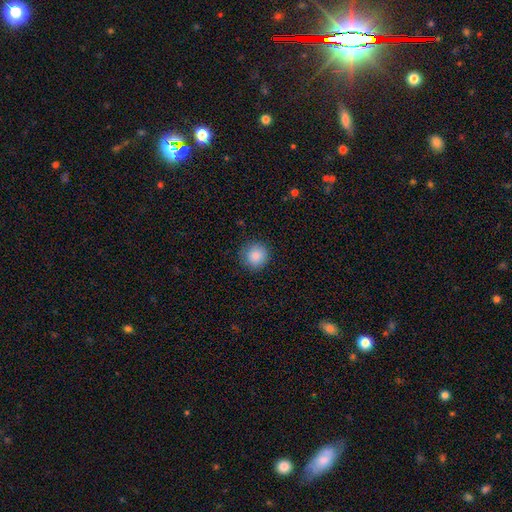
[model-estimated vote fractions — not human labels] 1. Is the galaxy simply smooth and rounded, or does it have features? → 88% smooth, 8% star or artifact, 4% featured or disk.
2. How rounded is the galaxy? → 93% round, 6% in between, 1% cigar-shaped.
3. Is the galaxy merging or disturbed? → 88% none, 9% minor disturbance, 2% major disturbance, 1% merger.